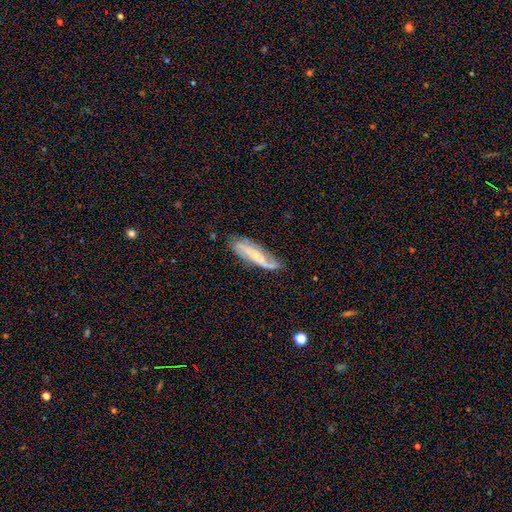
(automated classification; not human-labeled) Smooth or featured? featured or disk (75%)
Edge-on disk? no (75%)
Bar? no (43%)
Spiral arms? yes (90%)
Spiral winding? loose (53%)
Spiral arm count? 2 (79%)
Bulge size? small (60%)
Merging? none (70%)